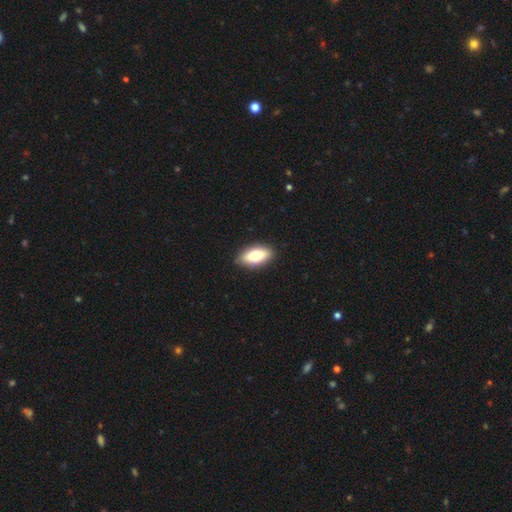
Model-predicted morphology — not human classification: This is likely a smooth galaxy (72%). How rounded: clearly in between (84%). Merging: clearly none (89%).